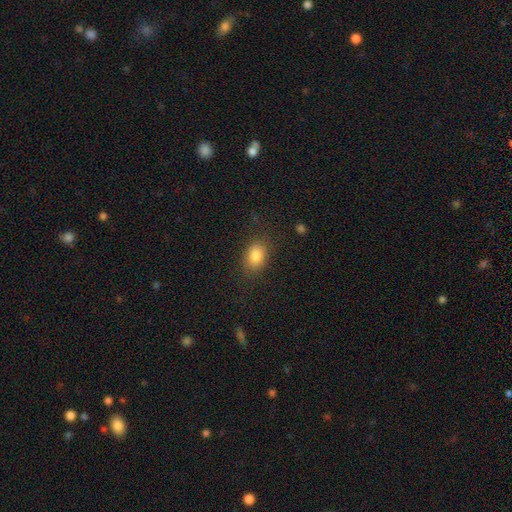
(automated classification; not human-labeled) Smooth or featured? smooth (84%)
How rounded? in between (78%)
Merging? none (82%)